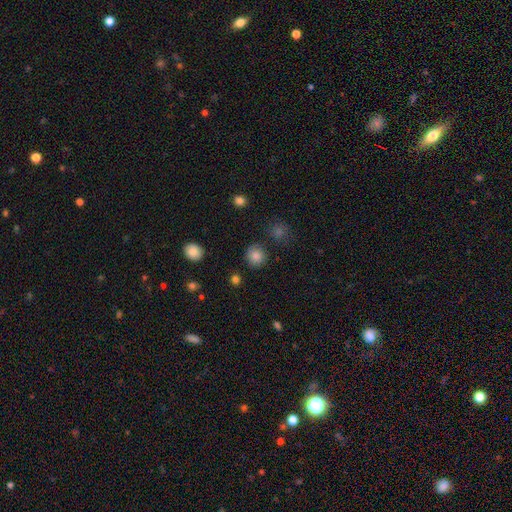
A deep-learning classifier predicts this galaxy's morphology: Smooth or featured?
  - smooth: 82% *
  - star or artifact: 12%
  - featured or disk: 6%
How rounded?
  - round: 89% *
  - in between: 10%
  - cigar-shaped: 1%
Merging?
  - none: 84% *
  - minor disturbance: 10%
  - merger: 3%
  - major disturbance: 3%